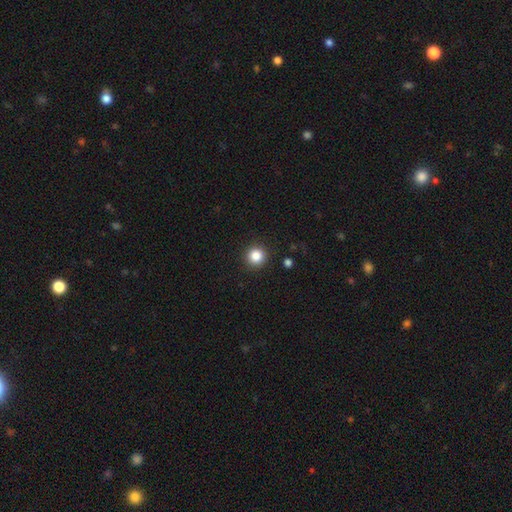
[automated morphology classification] smooth-or-featured: smooth: 85% | star or artifact: 11% | featured or disk: 4%
  how-rounded: round: 94% | in between: 5% | cigar-shaped: 1%
  merging: none: 92% | minor disturbance: 5% | major disturbance: 2% | merger: 1%